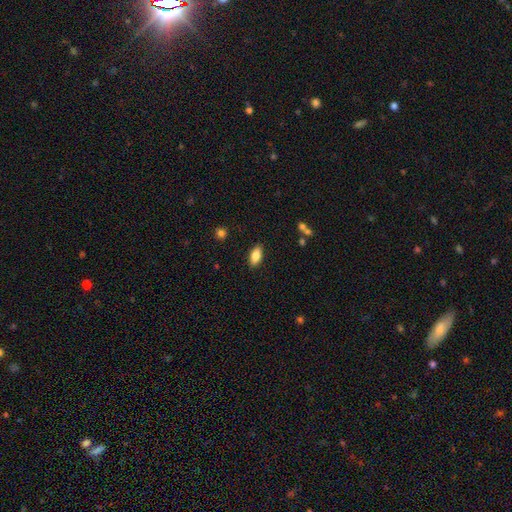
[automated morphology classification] This is clearly a smooth galaxy (83%). How rounded: clearly in between (89%). Merging: clearly none (87%).